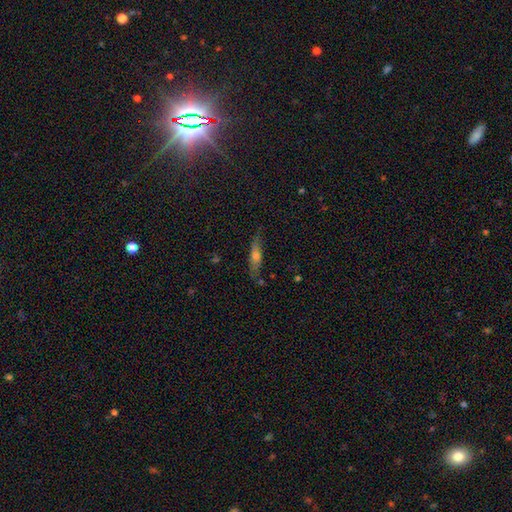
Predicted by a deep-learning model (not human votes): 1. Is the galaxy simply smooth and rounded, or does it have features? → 47% smooth, 44% featured or disk, 9% star or artifact.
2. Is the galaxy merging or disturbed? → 74% none, 19% minor disturbance, 5% major disturbance, 3% merger.